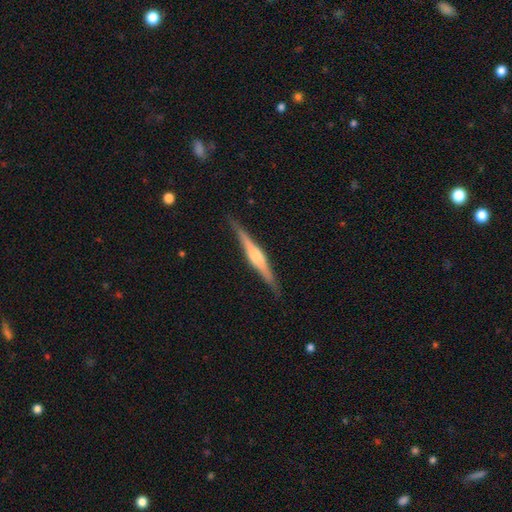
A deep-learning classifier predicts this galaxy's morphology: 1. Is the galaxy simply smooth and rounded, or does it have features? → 75% featured or disk, 19% smooth, 5% star or artifact.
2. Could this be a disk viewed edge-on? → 98% yes, 2% no.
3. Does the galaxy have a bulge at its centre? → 70% rounded, 22% boxy, 8% none.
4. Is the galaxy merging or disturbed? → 88% none, 9% minor disturbance, 2% major disturbance, 1% merger.